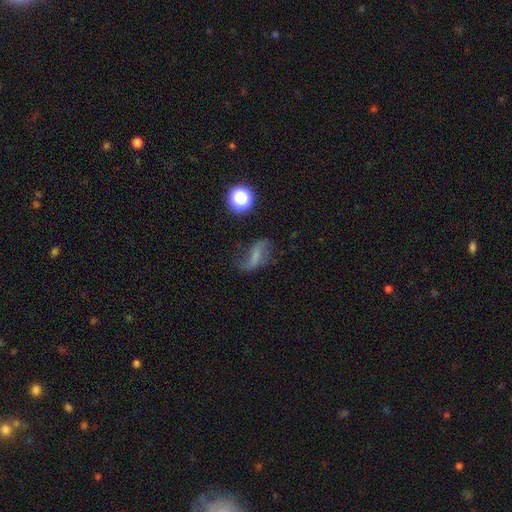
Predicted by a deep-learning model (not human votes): featured or disk 53%, smooth 30%, star or artifact 17%. Down the decision tree: edge-on disk — no (94%); merging — none (54%).